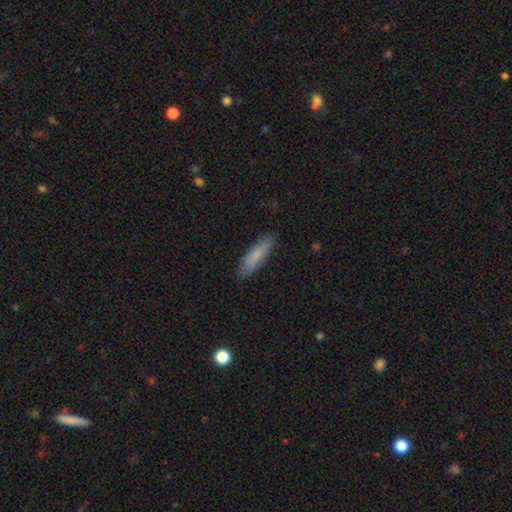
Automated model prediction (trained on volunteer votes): smooth 79%, featured or disk 15%, star or artifact 6%. Down the decision tree: how rounded — cigar-shaped (72%); merging — none (86%).